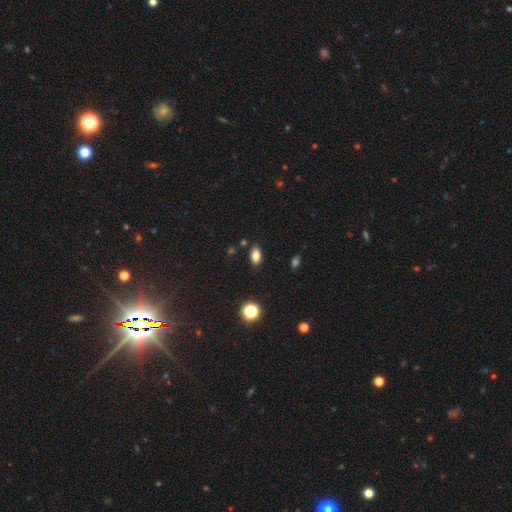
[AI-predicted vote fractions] smooth-or-featured: smooth: 82% | star or artifact: 12% | featured or disk: 6%
  how-rounded: in between: 89% | round: 9% | cigar-shaped: 3%
  merging: none: 84% | minor disturbance: 10% | merger: 3% | major disturbance: 2%